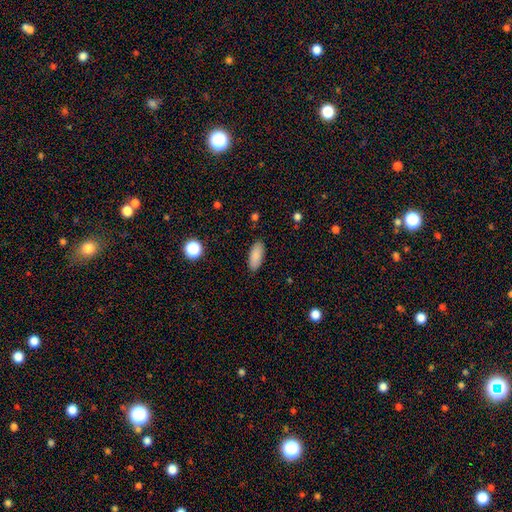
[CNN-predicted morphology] smooth_or_featured: smooth (p=0.88) [alt: star or artifact p=0.07]
how_rounded: in between (p=0.82) [alt: cigar-shaped p=0.16]
merging: none (p=0.88) [alt: minor disturbance p=0.09]